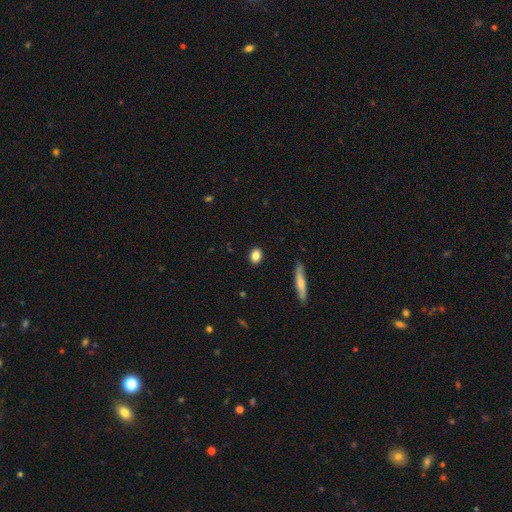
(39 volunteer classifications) Smooth or featured?
  - smooth: 87% *
  - star or artifact: 10%
  - featured or disk: 3%
How rounded?
  - round: 47% *
  - in between: 38%
  - cigar-shaped: 15%
Merging?
  - none: 94% *
  - minor disturbance: 6%
  - major disturbance: 0%
  - merger: 0%